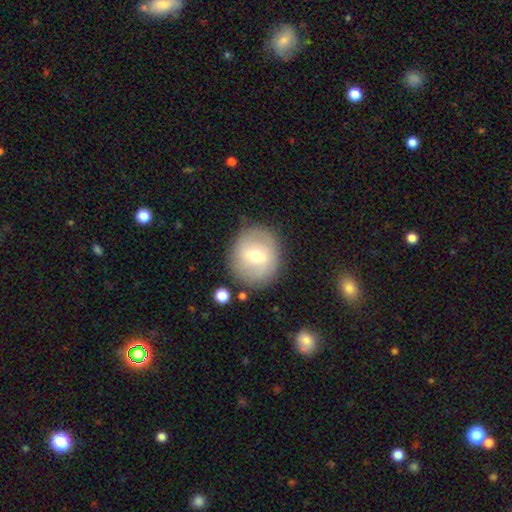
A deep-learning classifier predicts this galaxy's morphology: This is possibly a smooth galaxy (52%). How rounded: likely round (79%). Merging: clearly none (81%).